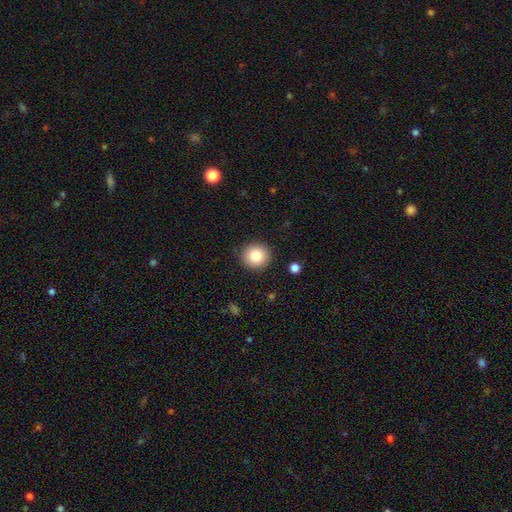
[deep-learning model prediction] A smooth galaxy with no disk features (84%) that is round (92%).

Vote fractions:
- Smooth or featured? smooth: 84% / star or artifact: 9% / featured or disk: 7%
- How rounded? round: 92% / in between: 7% / cigar-shaped: 1%
- Merging? none: 90% / minor disturbance: 7% / major disturbance: 2% / merger: 1%